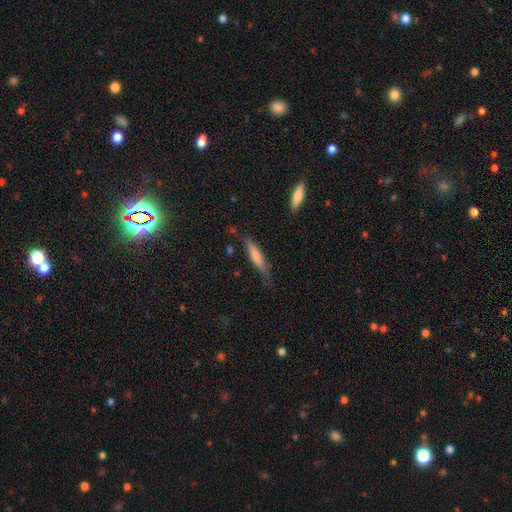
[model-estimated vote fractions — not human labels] This appears to be a smooth galaxy with no disk features (44%). Merging: none (71%).